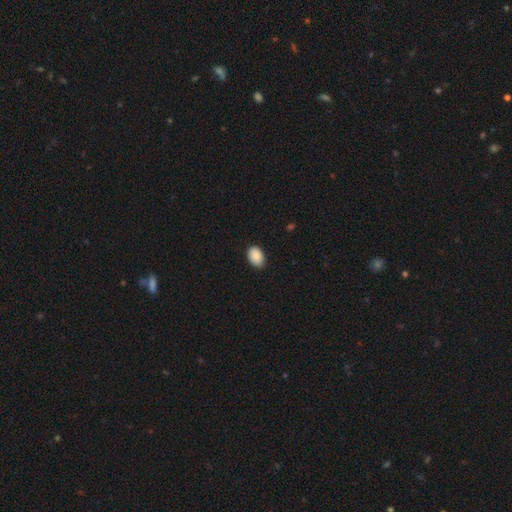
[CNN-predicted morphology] This is clearly a smooth galaxy (90%). How rounded: clearly in between (84%). Merging: clearly none (85%).